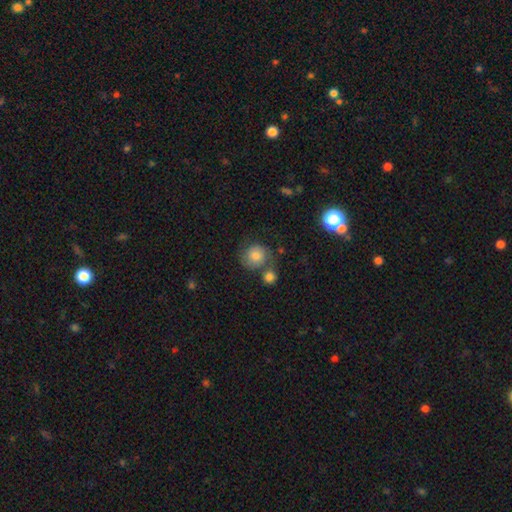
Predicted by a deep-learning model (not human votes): smooth_or_featured: smooth (p=0.72) [alt: featured or disk p=0.18]
how_rounded: round (p=0.84) [alt: in between p=0.15]
merging: none (p=0.57) [alt: merger p=0.20]